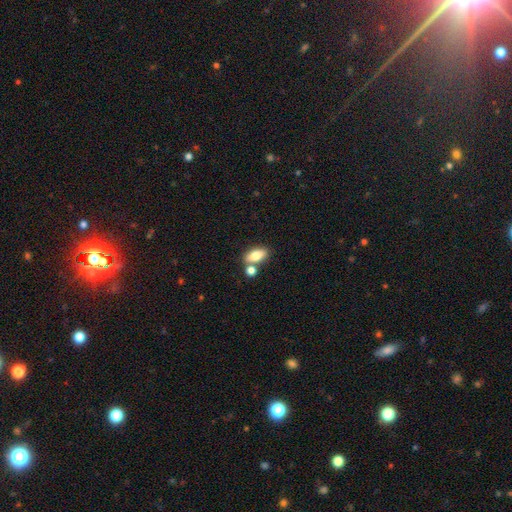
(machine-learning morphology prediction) Smooth or featured?
  - smooth: 80% *
  - featured or disk: 12%
  - star or artifact: 8%
How rounded?
  - in between: 85% *
  - cigar-shaped: 8%
  - round: 7%
Merging?
  - none: 62% *
  - merger: 24%
  - minor disturbance: 11%
  - major disturbance: 3%